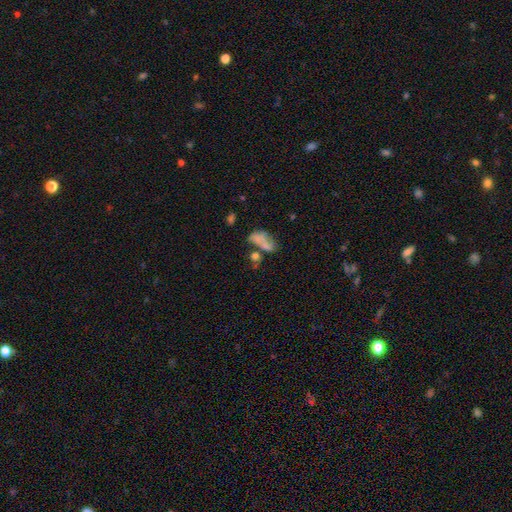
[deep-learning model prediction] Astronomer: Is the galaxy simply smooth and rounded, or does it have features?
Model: smooth — 54%.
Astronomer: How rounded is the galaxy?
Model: in between — 77%.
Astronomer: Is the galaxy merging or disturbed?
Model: merger — 34%, tied with none at 34%.